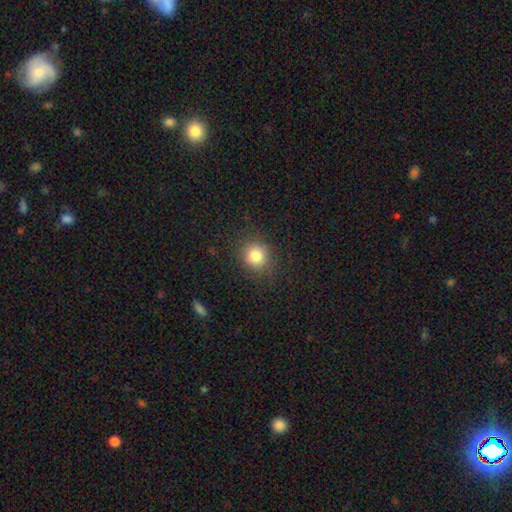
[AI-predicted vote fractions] A smooth galaxy with no disk features (81%) that is round (86%).

Vote fractions:
- Smooth or featured? smooth: 81% / star or artifact: 12% / featured or disk: 6%
- How rounded? round: 86% / in between: 13% / cigar-shaped: 1%
- Merging? none: 87% / minor disturbance: 9% / major disturbance: 3% / merger: 1%